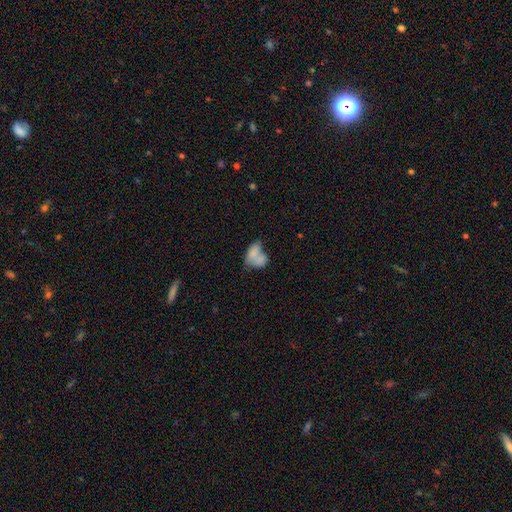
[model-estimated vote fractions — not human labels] This is likely a smooth galaxy (72%). How rounded: likely in between (79%). Merging: possibly merger (58%).